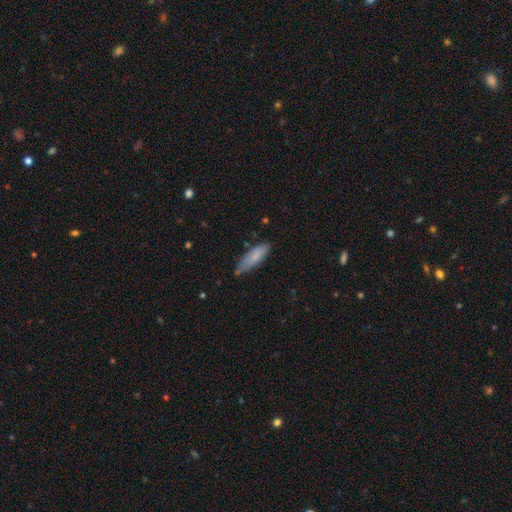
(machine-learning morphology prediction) This is likely a smooth galaxy (79%). How rounded: possibly cigar-shaped (49%, tied with in between). Merging: likely none (61%).